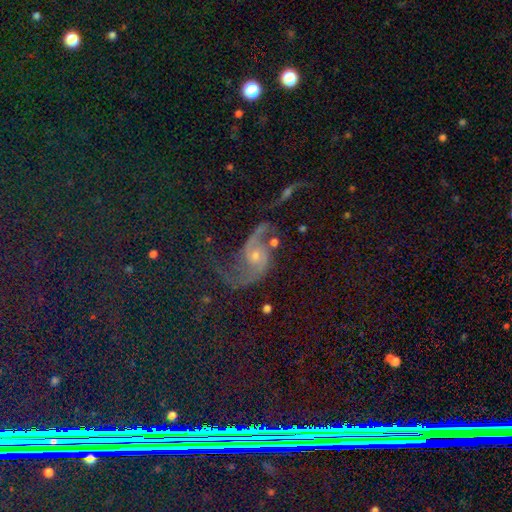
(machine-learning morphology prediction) Q: Smooth or featured?
A: featured or disk (83%); runner-up: star or artifact (10%)
Q: Edge-on disk?
A: no (97%); runner-up: yes (3%)
Q: Bar?
A: no (70%); runner-up: weak (24%)
Q: Spiral arms?
A: yes (95%); runner-up: no (5%)
Q: Spiral winding?
A: loose (67%); runner-up: medium (26%)
Q: Spiral arm count?
A: 2 (90%); runner-up: 1 (4%)
Q: Bulge size?
A: small (58%); runner-up: moderate (35%)
Q: Merging?
A: none (51%); runner-up: major disturbance (22%)